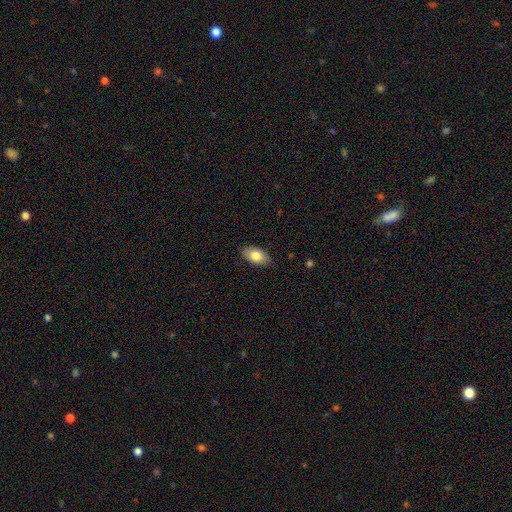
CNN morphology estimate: Smooth or featured?
  - smooth: 81% *
  - featured or disk: 13%
  - star or artifact: 7%
How rounded?
  - in between: 92% *
  - round: 6%
  - cigar-shaped: 2%
Merging?
  - none: 84% *
  - minor disturbance: 13%
  - major disturbance: 2%
  - merger: 1%